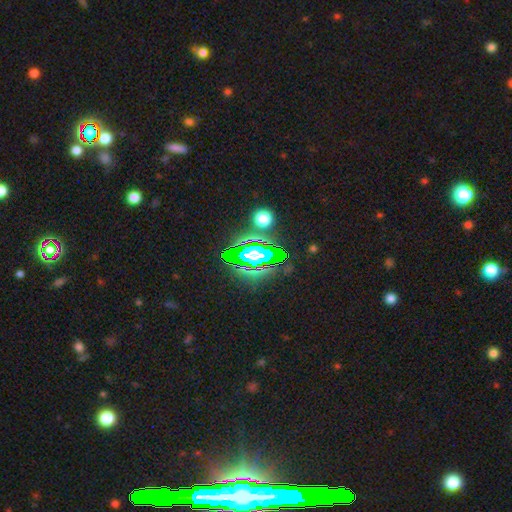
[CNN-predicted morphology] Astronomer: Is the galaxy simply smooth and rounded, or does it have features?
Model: star or artifact — 62%.